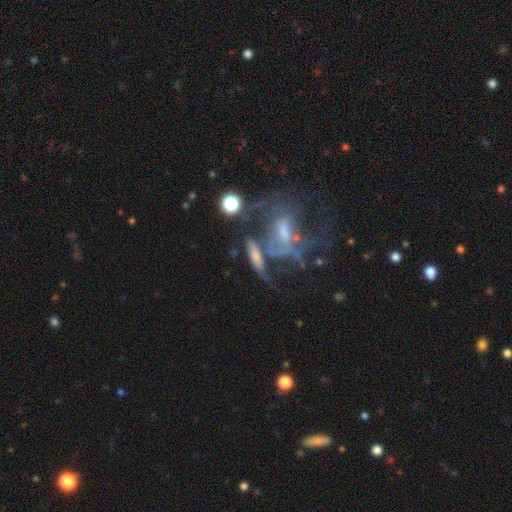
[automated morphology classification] This appears to be a smooth galaxy with no disk features (49%). Merging: none (36%).